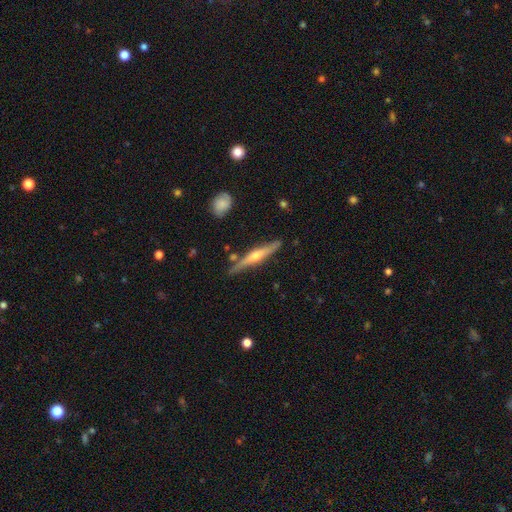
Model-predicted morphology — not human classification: This appears to be a featured or disk galaxy (70%) viewed edge-on (97%) with a rounded central bulge (88%). Merging: none (84%).